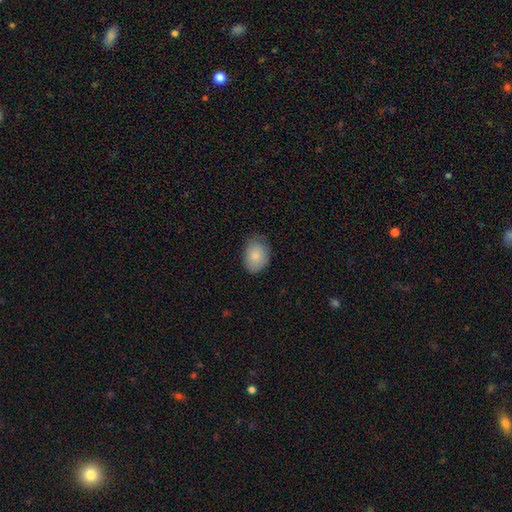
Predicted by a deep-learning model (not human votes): Smooth or featured? Predicted: smooth (p=0.83). How rounded? Predicted: in between (p=0.76). Merging? Predicted: none (p=0.67).